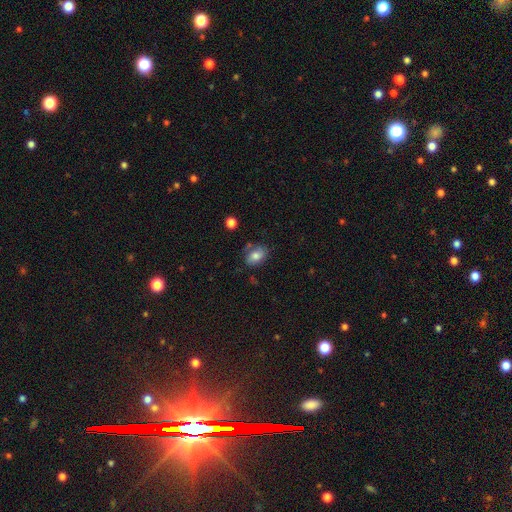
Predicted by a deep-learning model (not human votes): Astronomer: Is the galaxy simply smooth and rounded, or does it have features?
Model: smooth — 73%.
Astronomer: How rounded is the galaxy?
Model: in between — 81%.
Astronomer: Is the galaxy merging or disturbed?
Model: none — 64%.